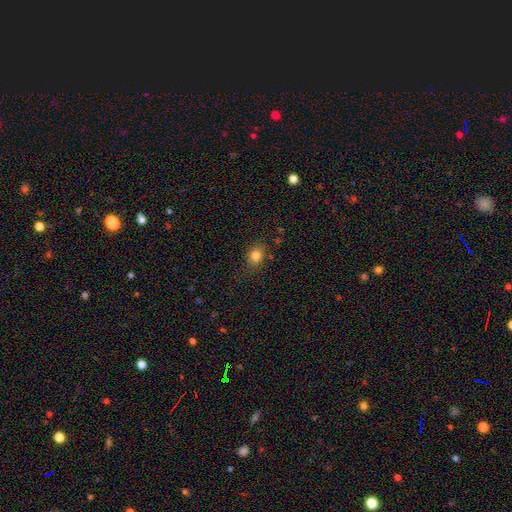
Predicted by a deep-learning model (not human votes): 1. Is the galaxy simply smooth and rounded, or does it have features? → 81% smooth, 12% star or artifact, 7% featured or disk.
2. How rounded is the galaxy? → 54% round, 45% in between, 1% cigar-shaped.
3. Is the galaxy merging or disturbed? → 80% none, 14% minor disturbance, 4% major disturbance, 2% merger.